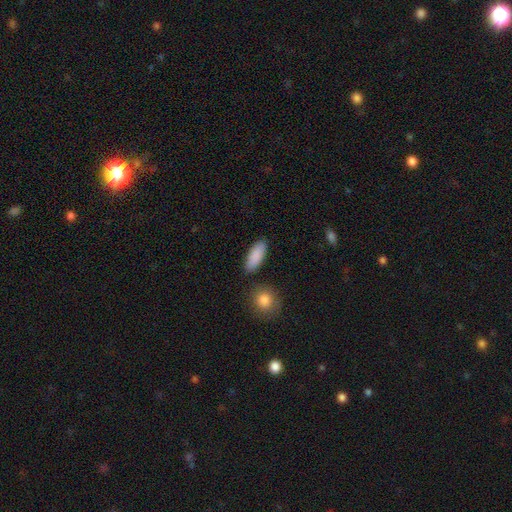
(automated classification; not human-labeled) Smooth or featured?
  - smooth: 89% *
  - star or artifact: 6%
  - featured or disk: 5%
How rounded?
  - in between: 79% *
  - cigar-shaped: 18%
  - round: 3%
Merging?
  - none: 84% *
  - minor disturbance: 9%
  - merger: 4%
  - major disturbance: 2%